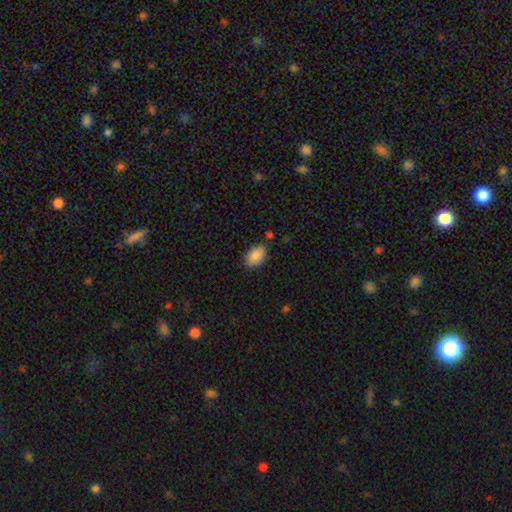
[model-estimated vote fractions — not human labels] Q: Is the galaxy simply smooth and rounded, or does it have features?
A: smooth — 89%.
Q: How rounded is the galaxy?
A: in between — 89%.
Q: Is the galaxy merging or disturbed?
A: none — 81%.